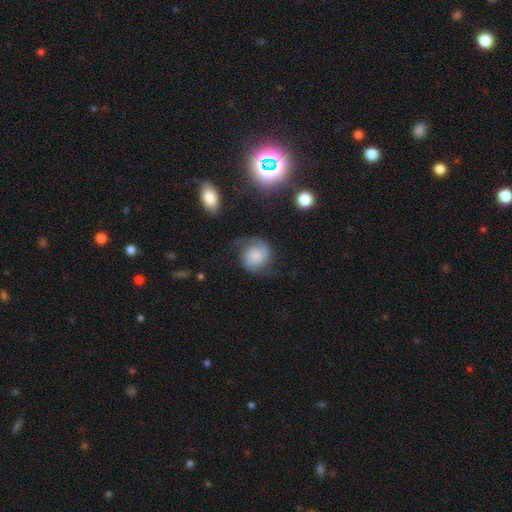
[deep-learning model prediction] Q: Smooth or featured?
A: featured or disk (72%); runner-up: smooth (20%)
Q: Edge-on disk?
A: no (98%); runner-up: yes (2%)
Q: Bar?
A: no (69%); runner-up: weak (25%)
Q: Spiral arms?
A: yes (96%); runner-up: no (4%)
Q: Spiral winding?
A: medium (47%); runner-up: tight (28%)
Q: Spiral arm count?
A: 2 (89%); runner-up: 1 (4%)
Q: Bulge size?
A: none (36%); runner-up: small (20%)
Q: Merging?
A: none (68%); runner-up: minor disturbance (19%)